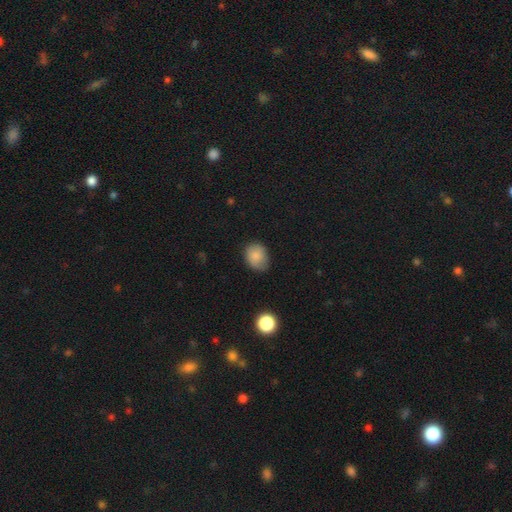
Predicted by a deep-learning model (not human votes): Smooth or featured?
  - smooth: 83% *
  - star or artifact: 9%
  - featured or disk: 8%
How rounded?
  - in between: 51% *
  - round: 48%
  - cigar-shaped: 1%
Merging?
  - none: 65% *
  - minor disturbance: 28%
  - major disturbance: 6%
  - merger: 1%